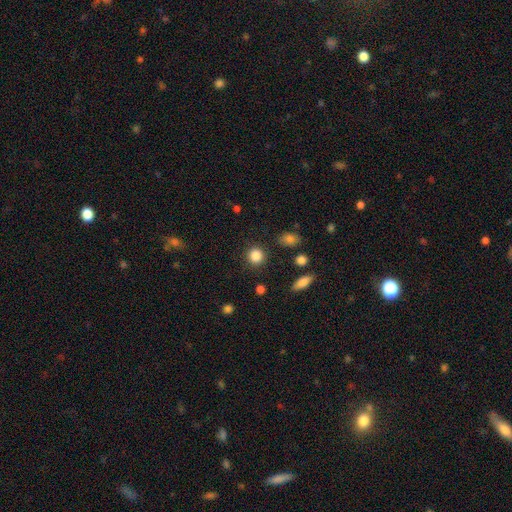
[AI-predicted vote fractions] smooth 86%, star or artifact 10%, featured or disk 4%. Down the decision tree: how rounded — round (89%); merging — none (88%).